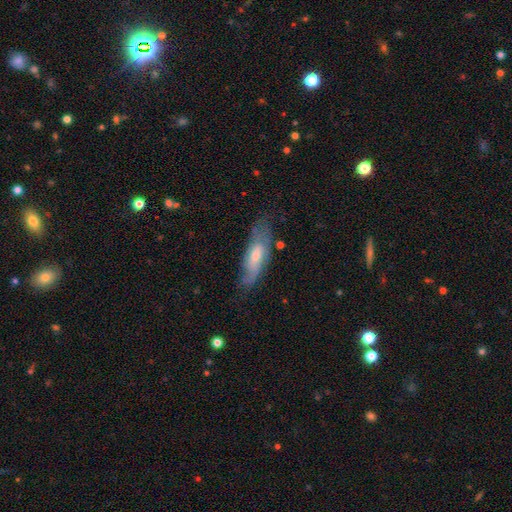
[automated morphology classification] smooth-or-featured: featured or disk: 53% | smooth: 40% | star or artifact: 7%
  disk-edge-on: no: 70% | yes: 30%
  merging: none: 62% | minor disturbance: 26% | major disturbance: 10% | merger: 2%